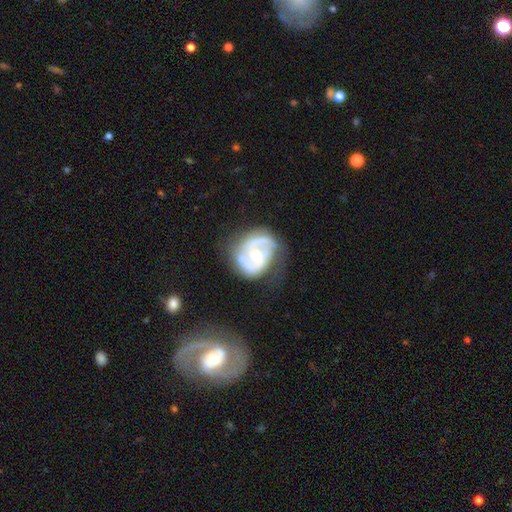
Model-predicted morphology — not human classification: Overall: featured or disk (84%). Edge-on disk: no (98%). Bar: no (59%; weak 31%). Spiral arms: yes (90%). Spiral arm count: 2 (72%). Spiral winding: tight (43%; medium 42%). Bulge size: moderate (66%; small 29%). Merging: none (59%; minor disturbance 25%).